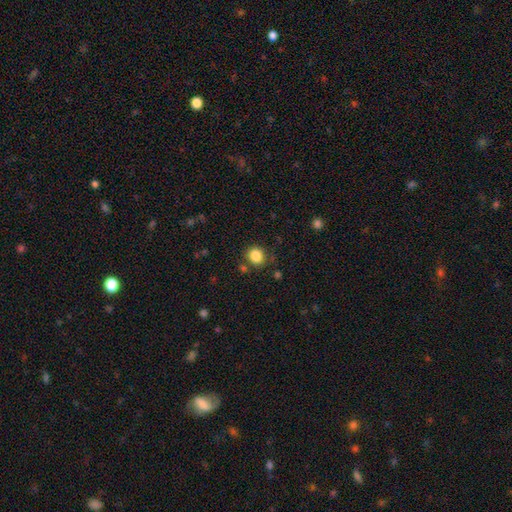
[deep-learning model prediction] Smooth or featured? Predicted: smooth (p=0.86). How rounded? Predicted: round (p=0.73). Merging? Predicted: none (p=0.80).